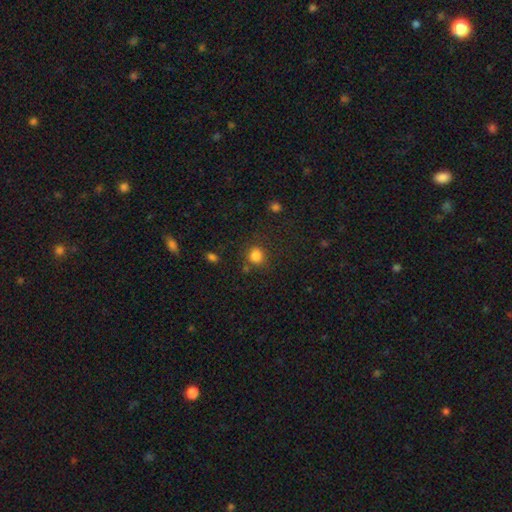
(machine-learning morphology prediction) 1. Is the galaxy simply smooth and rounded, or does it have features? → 83% smooth, 13% star or artifact, 4% featured or disk.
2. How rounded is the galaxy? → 77% round, 22% in between, 1% cigar-shaped.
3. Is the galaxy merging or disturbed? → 74% none, 14% minor disturbance, 7% merger, 5% major disturbance.